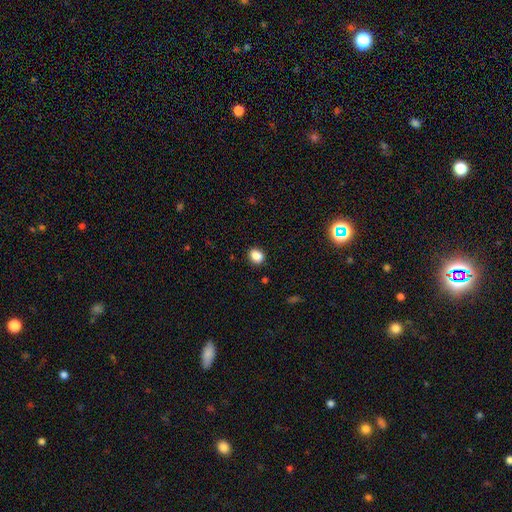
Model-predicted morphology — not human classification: smooth-or-featured: smooth: 87% | star or artifact: 10% | featured or disk: 3%
  how-rounded: in between: 54% | round: 45% | cigar-shaped: 1%
  merging: none: 85% | minor disturbance: 11% | major disturbance: 3% | merger: 1%